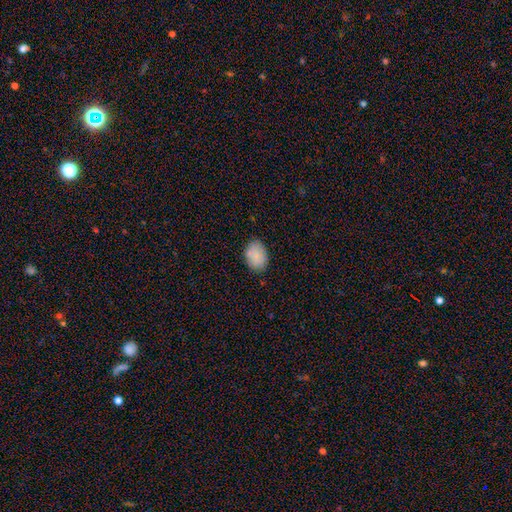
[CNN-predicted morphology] smooth-or-featured: smooth: 86% | star or artifact: 8% | featured or disk: 7%
  how-rounded: in between: 83% | round: 16% | cigar-shaped: 1%
  merging: none: 80% | minor disturbance: 14% | merger: 3% | major disturbance: 3%